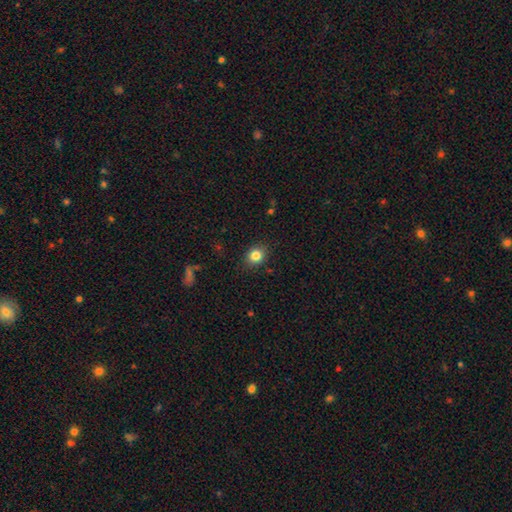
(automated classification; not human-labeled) Overall: smooth (83%). How rounded: round (70%; in between 30%). Merging: none (87%).